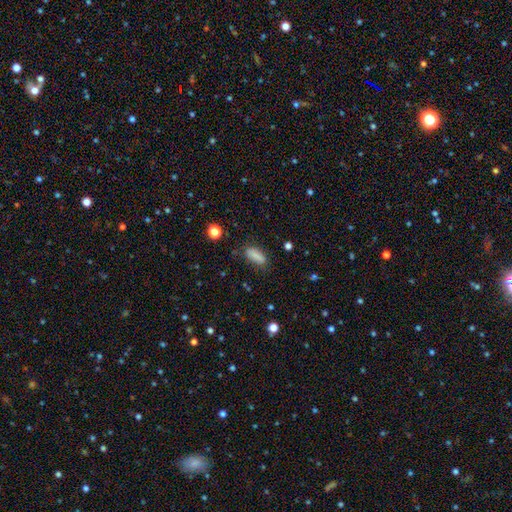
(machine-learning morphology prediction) smooth 85%, star or artifact 9%, featured or disk 6%. Down the decision tree: how rounded — in between (73%); merging — none (74%).